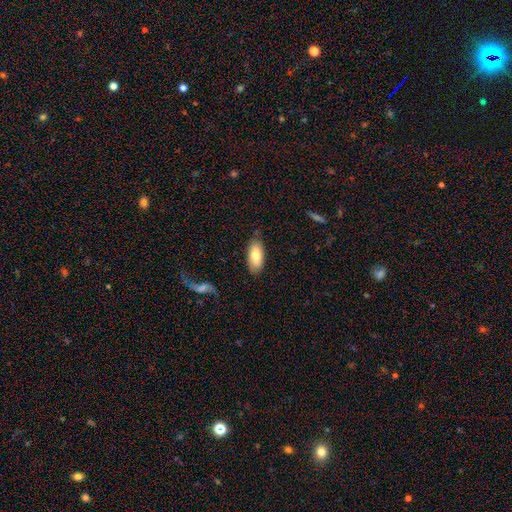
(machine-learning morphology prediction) This appears to be a smooth galaxy with no disk features (74%) that is in between round and cigar-shaped (89%). Merging: none (81%).